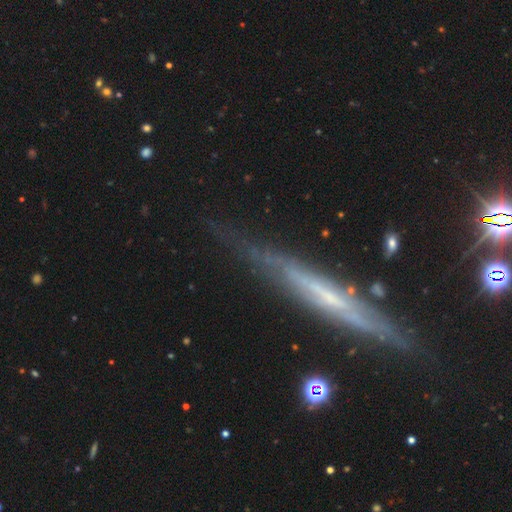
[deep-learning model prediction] A featured or disk galaxy (73%) viewed edge-on (91%) with no central bulge (69%).

Vote fractions:
- Smooth or featured? featured or disk: 73% / smooth: 17% / star or artifact: 9%
- Edge-on disk? yes: 91% / no: 9%
- Edge-on bulge? none: 69% / rounded: 24% / boxy: 7%
- Merging? none: 79% / minor disturbance: 15% / major disturbance: 4% / merger: 2%